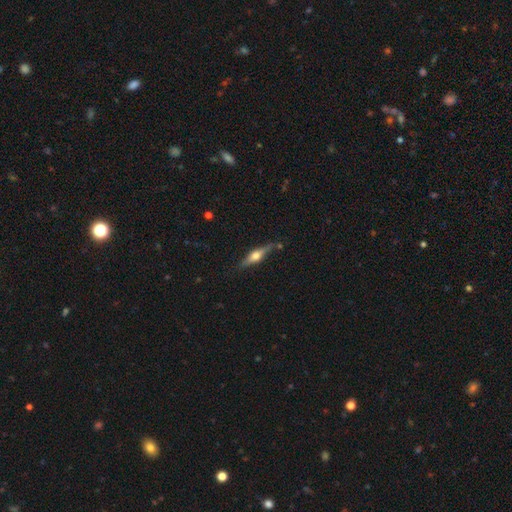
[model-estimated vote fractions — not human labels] The model was most divided on "smooth or featured": featured or disk: 68%, smooth: 26%, star or artifact: 6%. More confident: edge-on disk — yes (96%); edge-on bulge — rounded (93%); merging — none (82%).